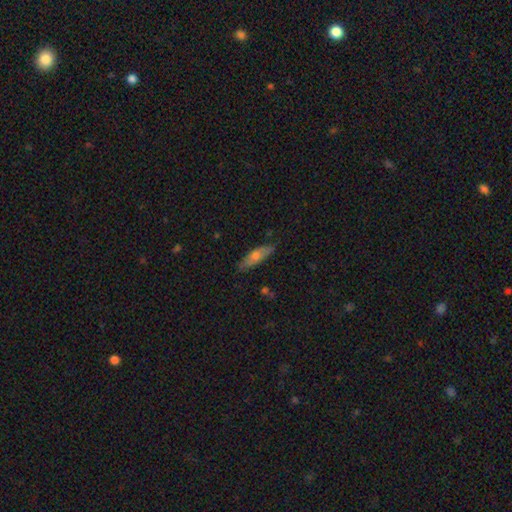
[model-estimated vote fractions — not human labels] smooth 62%, featured or disk 32%, star or artifact 6%. Down the decision tree: how rounded — cigar-shaped (62%); merging — none (83%).